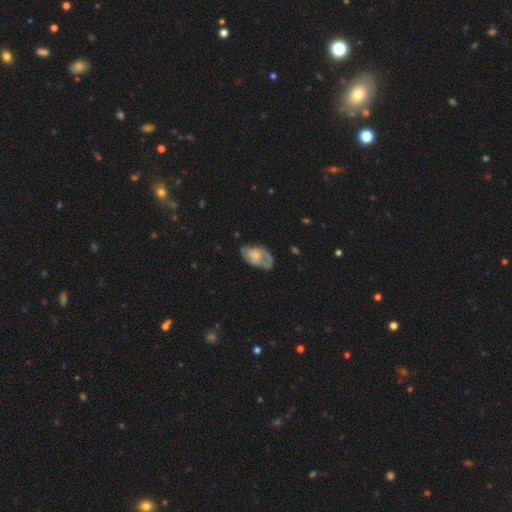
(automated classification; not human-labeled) Smooth or featured? featured or disk (62%)
Edge-on disk? no (94%)
Bar? no (71%)
Spiral arms? yes (75%)
Bulge size? moderate (31%)
Merging? none (58%)